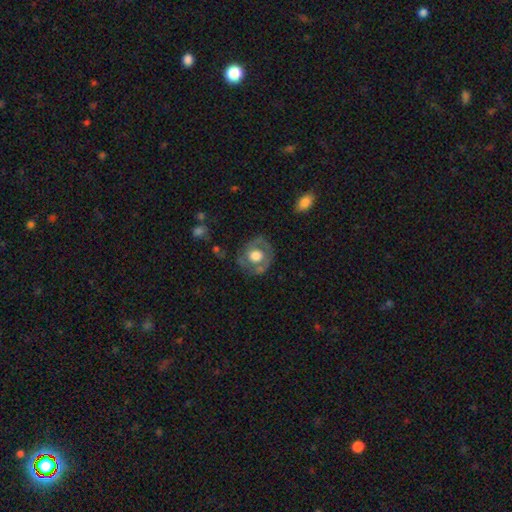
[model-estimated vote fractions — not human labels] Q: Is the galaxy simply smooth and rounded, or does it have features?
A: featured or disk — 51%.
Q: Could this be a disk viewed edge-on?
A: no — 95%.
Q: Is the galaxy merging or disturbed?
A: none — 71%.